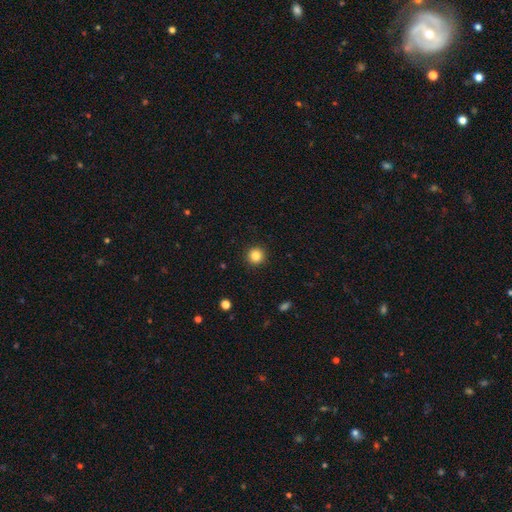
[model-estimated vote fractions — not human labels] Smooth or featured: smooth — 85% (star or artifact — 11%)
How rounded: round — 95% (in between — 4%)
Merging: none — 93% (minor disturbance — 5%)